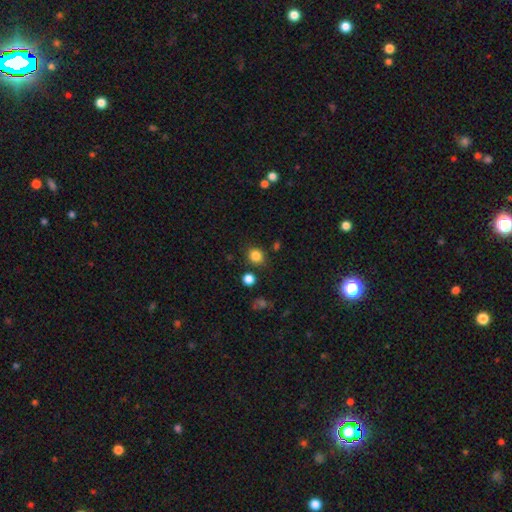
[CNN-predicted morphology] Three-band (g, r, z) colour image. It shows a smooth galaxy with no disk features (83%) that is round (80%). Merging: none (83%).